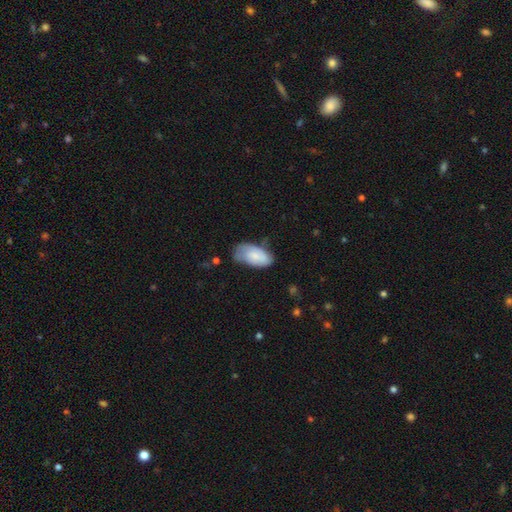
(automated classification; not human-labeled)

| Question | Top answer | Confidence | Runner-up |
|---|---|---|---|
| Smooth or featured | smooth | 68% | featured or disk (25%) |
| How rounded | in between | 94% | round (3%) |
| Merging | none | 47% | minor disturbance (38%) |